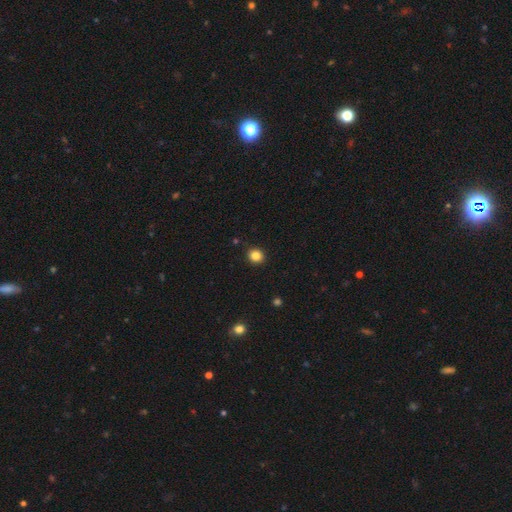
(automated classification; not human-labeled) A smooth galaxy with no disk features (84%) that is round (81%).

Vote fractions:
- Smooth or featured? smooth: 84% / star or artifact: 11% / featured or disk: 4%
- How rounded? round: 81% / in between: 18% / cigar-shaped: 1%
- Merging? none: 91% / minor disturbance: 6% / major disturbance: 2% / merger: 1%